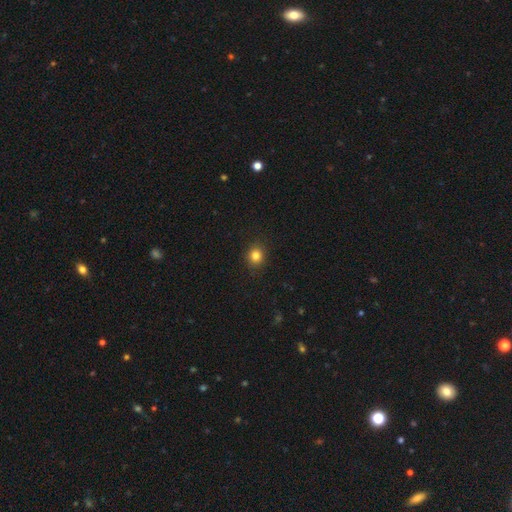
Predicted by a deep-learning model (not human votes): Overall: smooth (83%). How rounded: round (83%). Merging: none (90%).